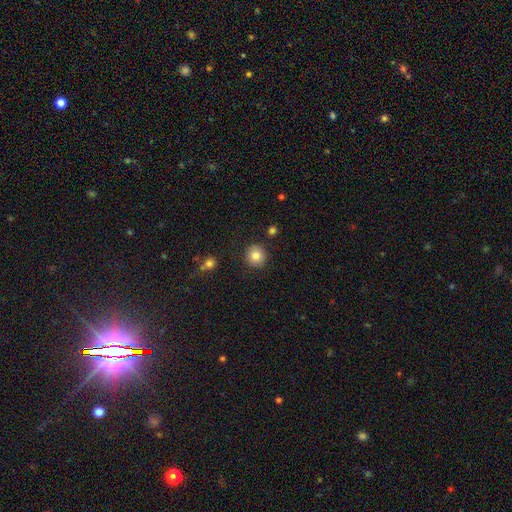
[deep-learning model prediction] Smooth or featured?
  - smooth: 83% *
  - star or artifact: 10%
  - featured or disk: 7%
How rounded?
  - round: 91% *
  - in between: 8%
  - cigar-shaped: 1%
Merging?
  - none: 89% *
  - minor disturbance: 7%
  - major disturbance: 2%
  - merger: 2%